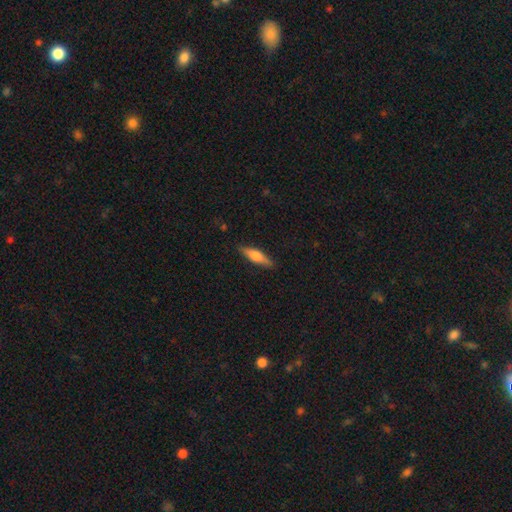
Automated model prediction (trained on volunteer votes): A smooth galaxy with no disk features (57%) that is cigar-shaped (65%).

Vote fractions:
- Smooth or featured? smooth: 57% / featured or disk: 37% / star or artifact: 6%
- How rounded? cigar-shaped: 65% / in between: 33% / round: 2%
- Merging? none: 87% / minor disturbance: 10% / major disturbance: 2% / merger: 1%